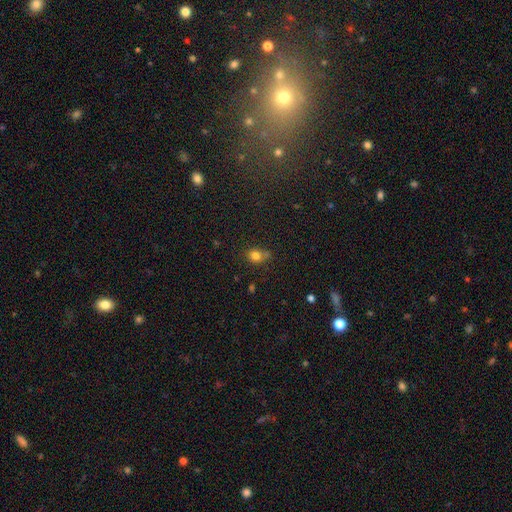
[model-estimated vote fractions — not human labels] This is likely a smooth galaxy (79%). How rounded: likely round (69%). Merging: possibly none (59%).